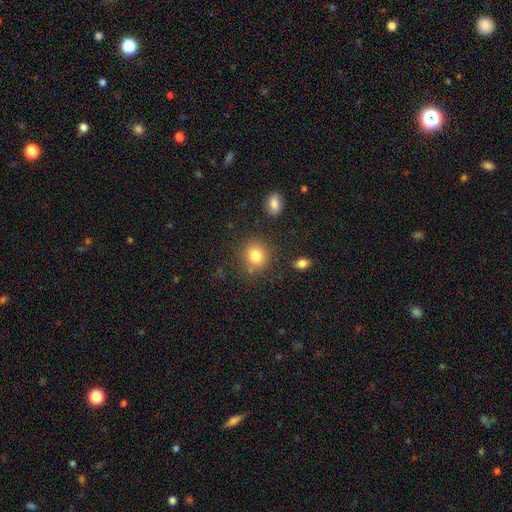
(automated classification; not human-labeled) This is clearly a smooth galaxy (82%). How rounded: clearly round (82%). Merging: clearly none (80%).